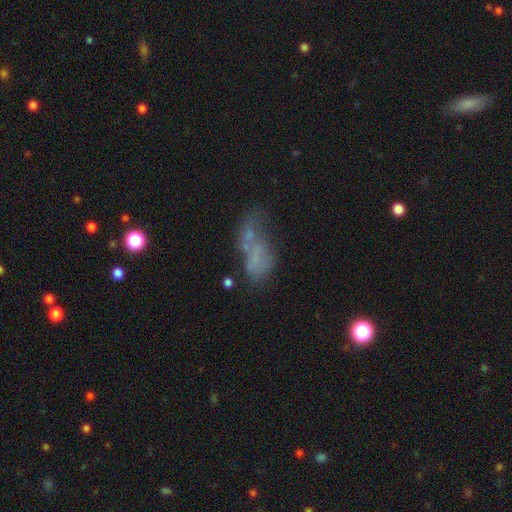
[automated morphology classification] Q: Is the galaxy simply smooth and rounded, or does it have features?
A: smooth — 43%.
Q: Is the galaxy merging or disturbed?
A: major disturbance — 30%.